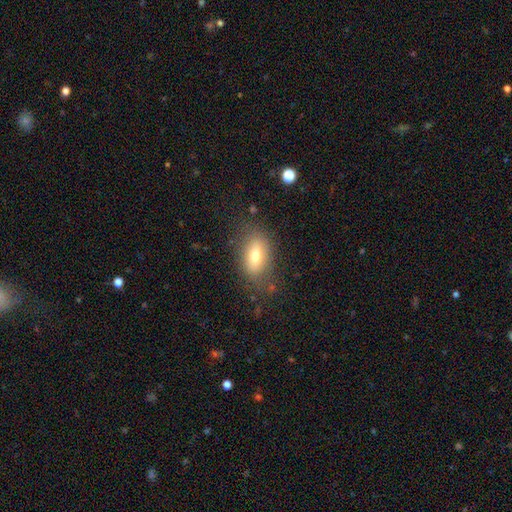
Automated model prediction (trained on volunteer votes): Smooth or featured? smooth (69%)
How rounded? in between (83%)
Merging? none (75%)